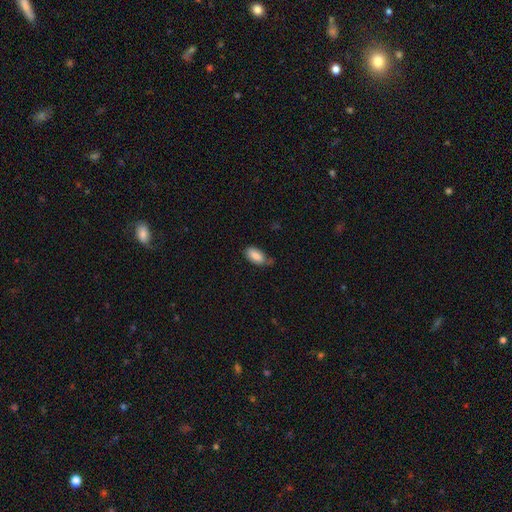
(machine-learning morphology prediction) Q: Smooth or featured?
A: smooth (83%); runner-up: featured or disk (10%)
Q: How rounded?
A: in between (92%); runner-up: cigar-shaped (5%)
Q: Merging?
A: none (57%); runner-up: minor disturbance (32%)